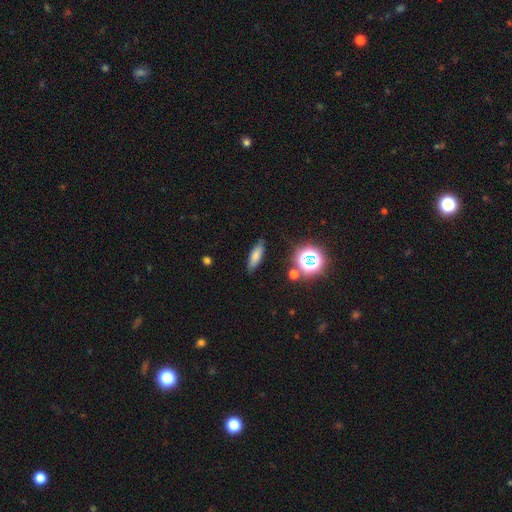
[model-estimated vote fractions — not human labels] Smooth or featured? smooth (72%)
How rounded? in between (50%)
Merging? none (84%)